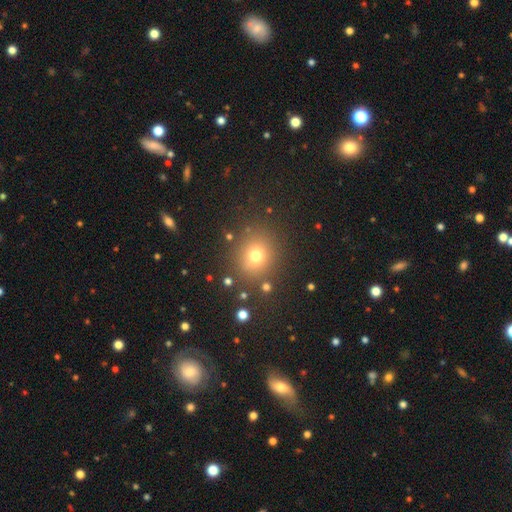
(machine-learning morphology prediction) Overall: smooth (72%). How rounded: round (81%). Merging: none (83%).